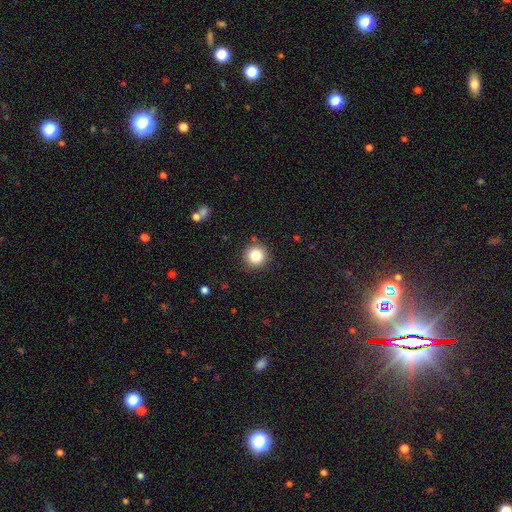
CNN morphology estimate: This appears to be a smooth galaxy with no disk features (82%) that is round (95%). Merging: none (89%).